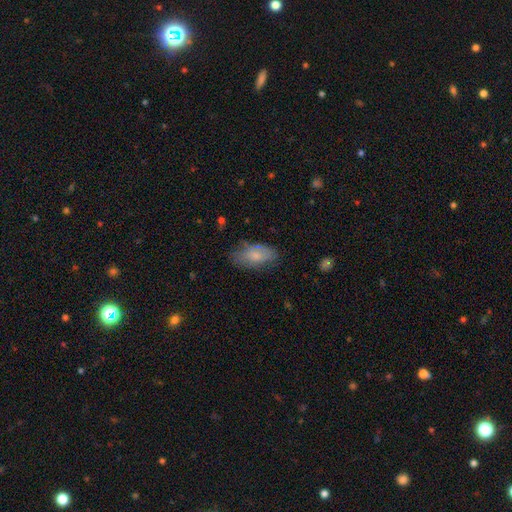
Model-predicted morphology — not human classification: Smooth or featured?
  - smooth: 74% *
  - featured or disk: 19%
  - star or artifact: 7%
How rounded?
  - in between: 91% *
  - cigar-shaped: 6%
  - round: 3%
Merging?
  - none: 66% *
  - minor disturbance: 25%
  - major disturbance: 8%
  - merger: 2%